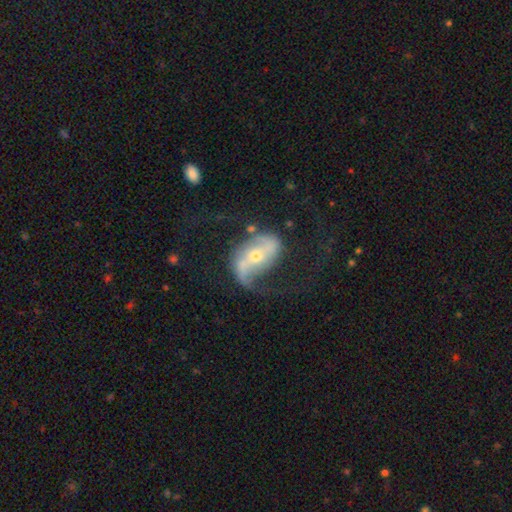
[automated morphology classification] Smooth or featured? featured or disk (82%)
Edge-on disk? no (95%)
Bar? strong (38%)
Spiral arms? yes (91%)
Spiral winding? loose (68%)
Spiral arm count? 2 (80%)
Bulge size? small (52%)
Merging? none (50%)